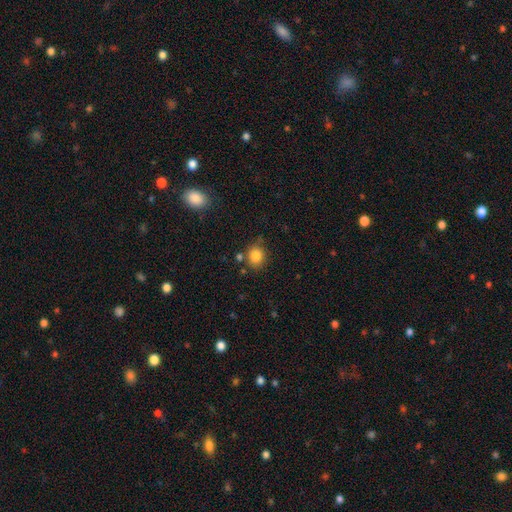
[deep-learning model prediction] A smooth galaxy with no disk features (84%) that is round (74%). Merging: none (75%).